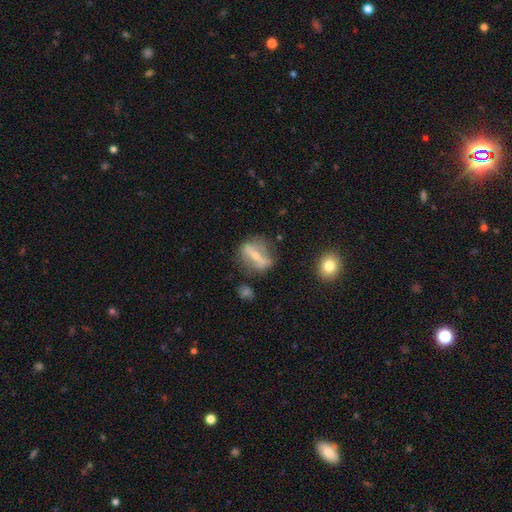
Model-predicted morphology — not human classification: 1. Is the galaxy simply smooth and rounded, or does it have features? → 63% featured or disk, 29% smooth, 8% star or artifact.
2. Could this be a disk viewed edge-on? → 76% no, 24% yes.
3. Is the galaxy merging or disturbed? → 65% none, 19% minor disturbance, 12% major disturbance, 4% merger.